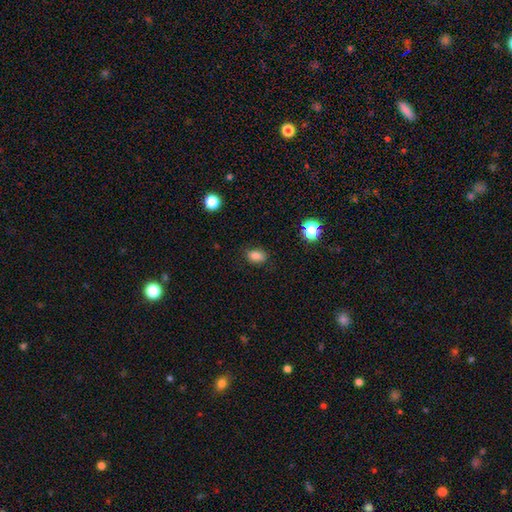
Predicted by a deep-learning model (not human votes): Smooth or featured? Predicted: smooth (p=0.83). How rounded? Predicted: in between (p=0.78). Merging? Predicted: none (p=0.79).